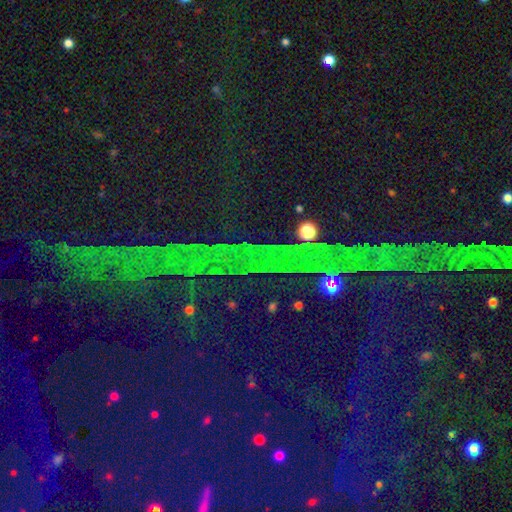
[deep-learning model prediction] The model was most divided on "smooth or featured": star or artifact: 88%, featured or disk: 6%, smooth: 6%.